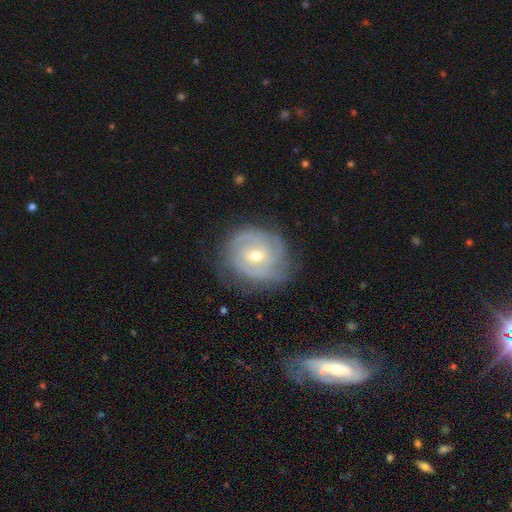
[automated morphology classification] Smooth or featured?
  - featured or disk: 82% *
  - smooth: 12%
  - star or artifact: 6%
Edge-on disk?
  - no: 97% *
  - yes: 3%
Bar?
  - no: 52% *
  - weak: 38%
  - strong: 10%
Spiral arms?
  - yes: 92% *
  - no: 8%
Spiral winding?
  - tight: 71% *
  - medium: 23%
  - loose: 6%
Spiral arm count?
  - can't tell: 32% *
  - 3: 27%
  - 2: 21%
  - 4: 9%
  - 1: 5%
  - more than 4: 5%
Bulge size?
  - moderate: 67% *
  - small: 29%
  - large: 3%
  - none: 1%
  - dominant: 1%
Merging?
  - none: 73% *
  - minor disturbance: 19%
  - major disturbance: 7%
  - merger: 1%